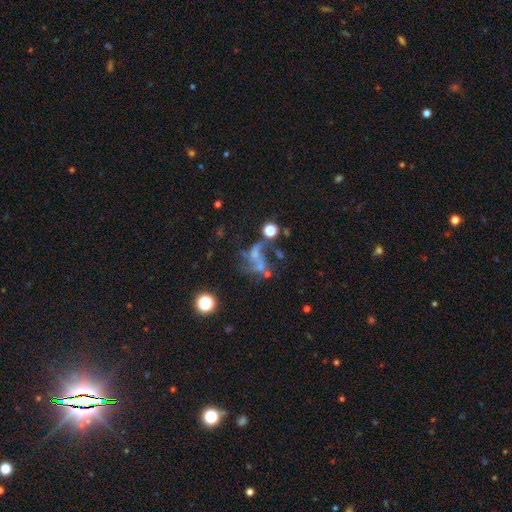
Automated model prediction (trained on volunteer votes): Smooth or featured? featured or disk (54%)
Edge-on disk? no (97%)
Bar? no (73%)
Spiral arms? no (55%)
Bulge size? none (54%)
Merging? major disturbance (36%)